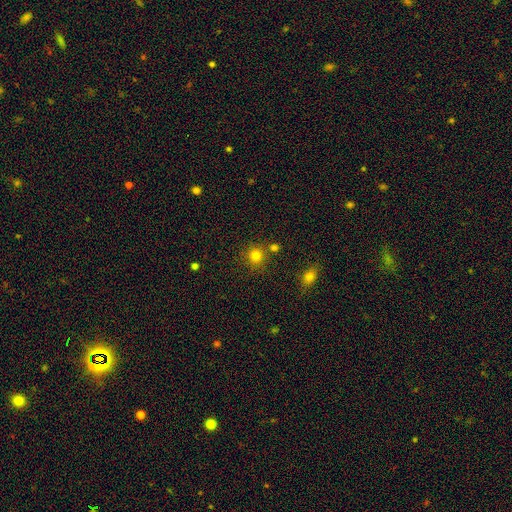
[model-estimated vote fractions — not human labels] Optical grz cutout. It shows a smooth galaxy with no disk features (79%) that is round (90%). Merging: none (76%).